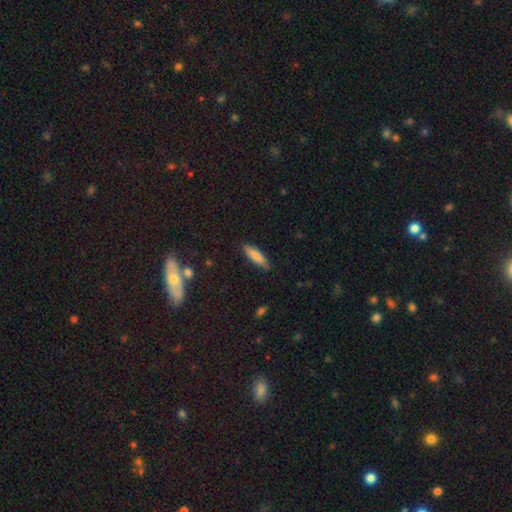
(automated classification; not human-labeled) smooth 84%, featured or disk 10%, star or artifact 6%. Down the decision tree: how rounded — cigar-shaped (65%); merging — none (87%).